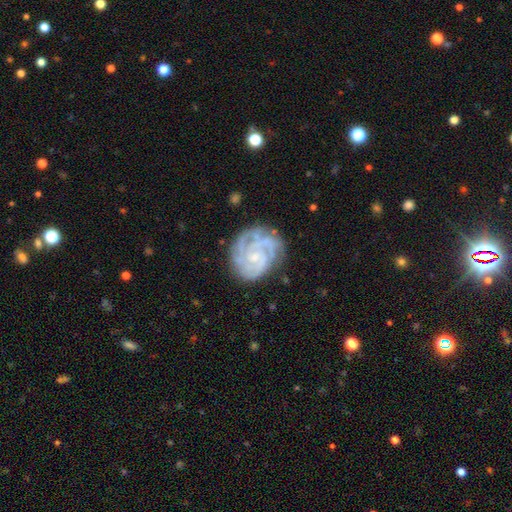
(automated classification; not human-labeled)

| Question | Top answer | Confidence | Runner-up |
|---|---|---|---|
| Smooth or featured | featured or disk | 86% | smooth (8%) |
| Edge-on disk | no | 98% | yes (2%) |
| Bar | no | 71% | weak (24%) |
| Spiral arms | yes | 97% | no (3%) |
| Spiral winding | tight | 72% | medium (24%) |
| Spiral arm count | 3 | 34% | 4 (24%) |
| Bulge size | small | 71% | moderate (17%) |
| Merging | none | 74% | minor disturbance (18%) |